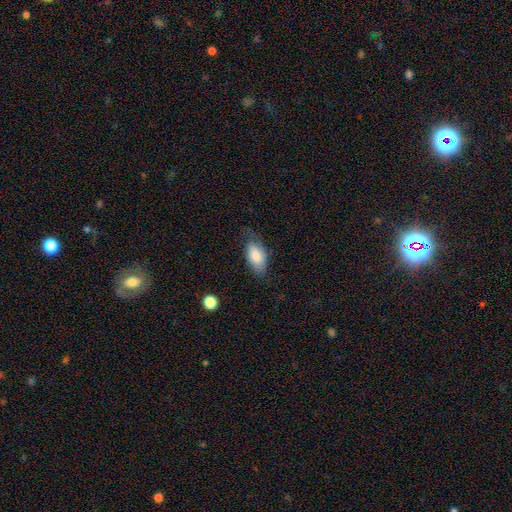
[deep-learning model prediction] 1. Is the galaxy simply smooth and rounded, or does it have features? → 76% smooth, 17% featured or disk, 6% star or artifact.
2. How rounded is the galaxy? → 93% in between, 4% cigar-shaped, 3% round.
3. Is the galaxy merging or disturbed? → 56% none, 29% minor disturbance, 13% major disturbance, 1% merger.